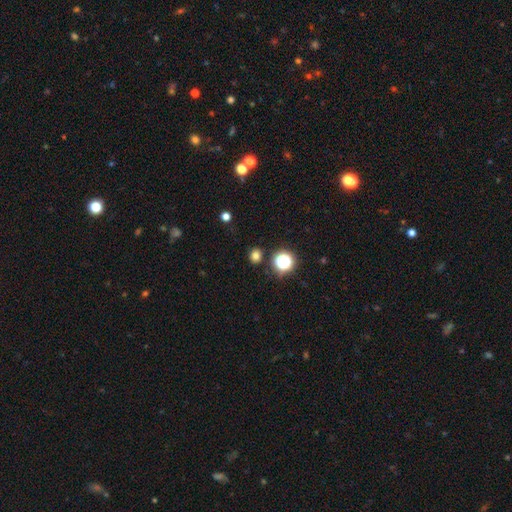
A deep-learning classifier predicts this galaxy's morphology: This appears to be a smooth galaxy with no disk features (75%) that is round (82%). Merging: none (87%).